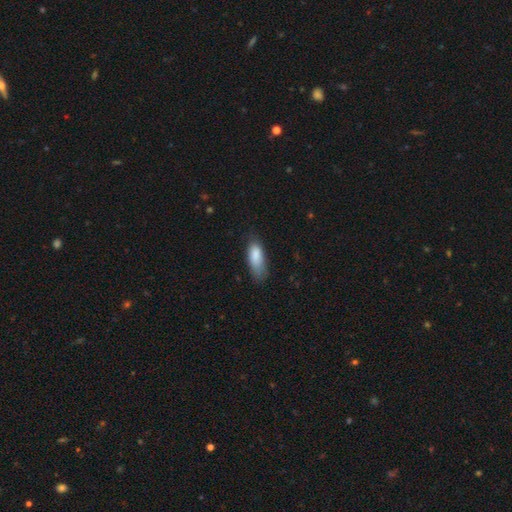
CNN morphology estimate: Smooth or featured?
  - smooth: 85% *
  - featured or disk: 8%
  - star or artifact: 7%
How rounded?
  - in between: 74% *
  - cigar-shaped: 24%
  - round: 2%
Merging?
  - none: 59% *
  - minor disturbance: 30%
  - major disturbance: 9%
  - merger: 2%